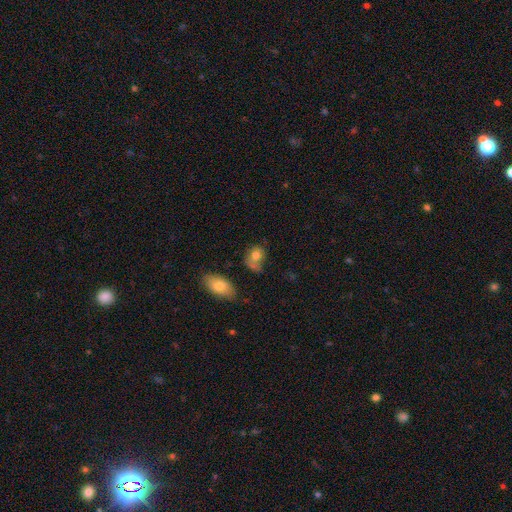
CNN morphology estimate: smooth-or-featured: smooth: 75% | featured or disk: 15% | star or artifact: 10%
  how-rounded: in between: 57% | round: 42% | cigar-shaped: 2%
  merging: none: 40% | minor disturbance: 26% | merger: 19% | major disturbance: 15%